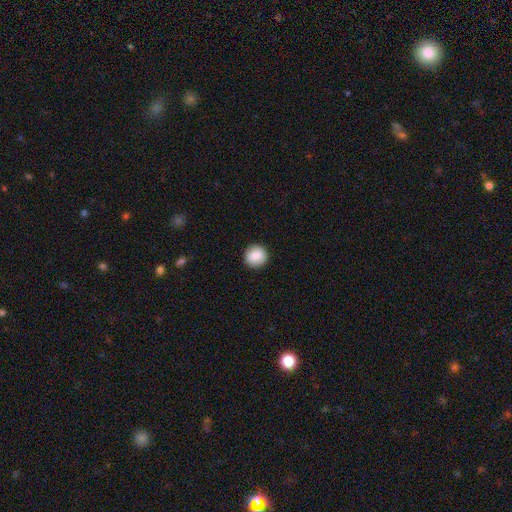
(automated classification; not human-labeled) Q: Smooth or featured?
A: smooth (87%); runner-up: star or artifact (7%)
Q: How rounded?
A: round (93%); runner-up: in between (7%)
Q: Merging?
A: none (92%); runner-up: minor disturbance (6%)